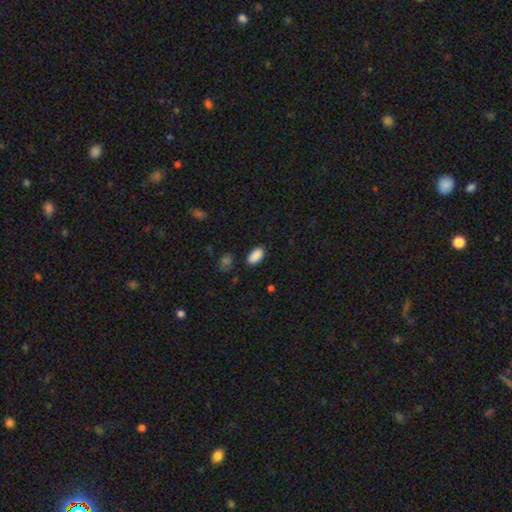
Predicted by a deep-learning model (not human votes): Morphology: type=smooth (89%); roundness=in between (94%); merging=none (86%).